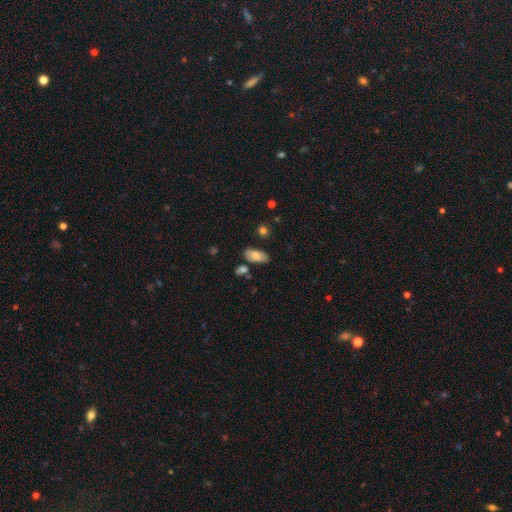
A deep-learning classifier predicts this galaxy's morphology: Smooth or featured?
  - smooth: 76% *
  - featured or disk: 17%
  - star or artifact: 7%
How rounded?
  - in between: 91% *
  - cigar-shaped: 6%
  - round: 3%
Merging?
  - none: 75% *
  - minor disturbance: 14%
  - merger: 7%
  - major disturbance: 3%